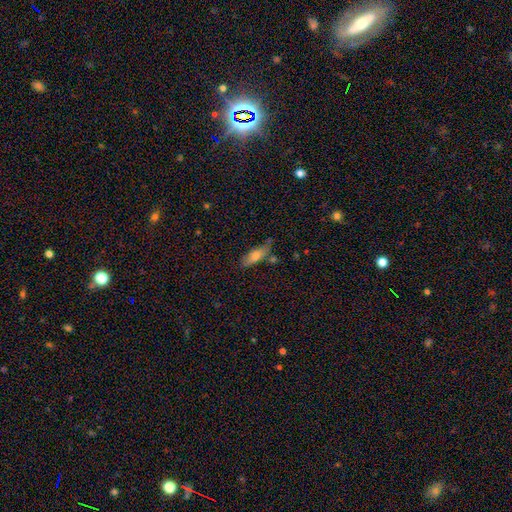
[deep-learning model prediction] This is likely a smooth galaxy (71%). How rounded: possibly in between (57%). Merging: likely none (61%).